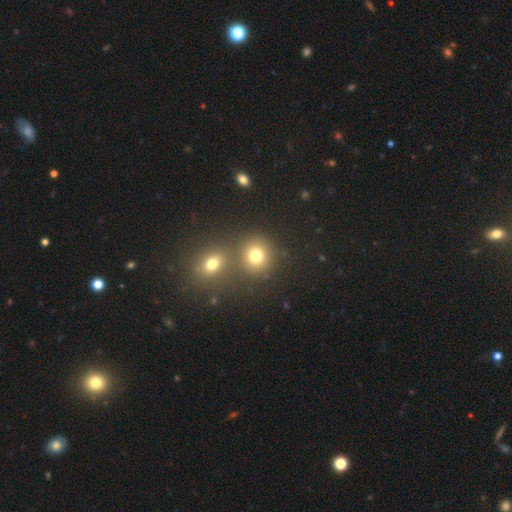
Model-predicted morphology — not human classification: The model was most divided on "merging": none: 66%, merger: 24%, minor disturbance: 7%, major disturbance: 3%. More confident: how rounded — round (87%); smooth or featured — smooth (74%).